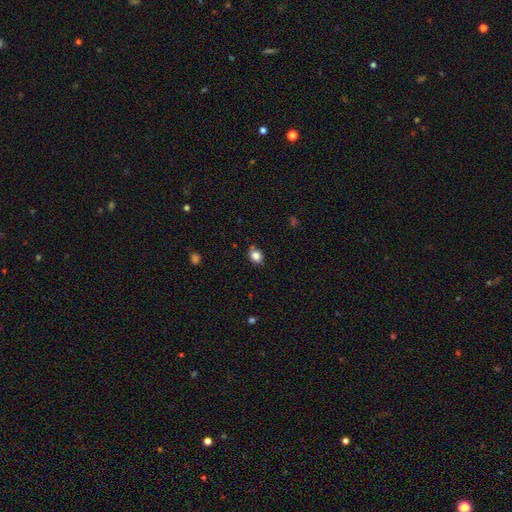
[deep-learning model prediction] Overall: smooth (84%). How rounded: round (54%; in between 45%). Merging: none (82%).